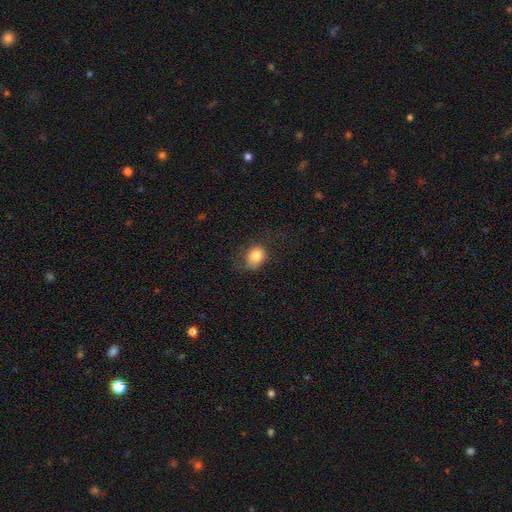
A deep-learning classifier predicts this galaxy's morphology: Smooth or featured?
  - smooth: 83% *
  - star or artifact: 9%
  - featured or disk: 8%
How rounded?
  - round: 50% *
  - in between: 49%
  - cigar-shaped: 1%
Merging?
  - none: 54% *
  - minor disturbance: 28%
  - major disturbance: 17%
  - merger: 2%